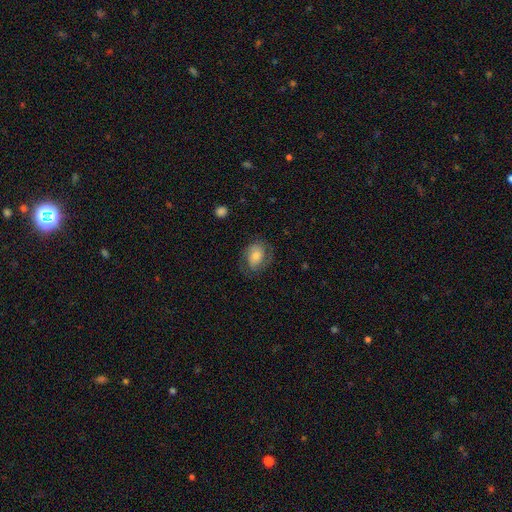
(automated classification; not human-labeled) Morphology: type=featured or disk (46%); merging=none (71%).